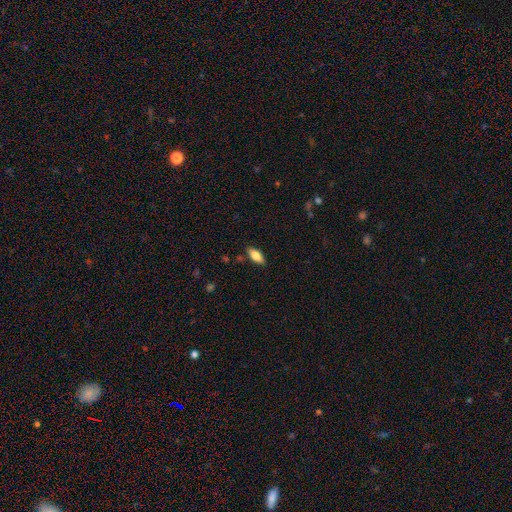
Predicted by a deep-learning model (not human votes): Q: Smooth or featured?
A: smooth (76%); runner-up: featured or disk (17%)
Q: How rounded?
A: in between (82%); runner-up: cigar-shaped (16%)
Q: Merging?
A: none (85%); runner-up: minor disturbance (11%)